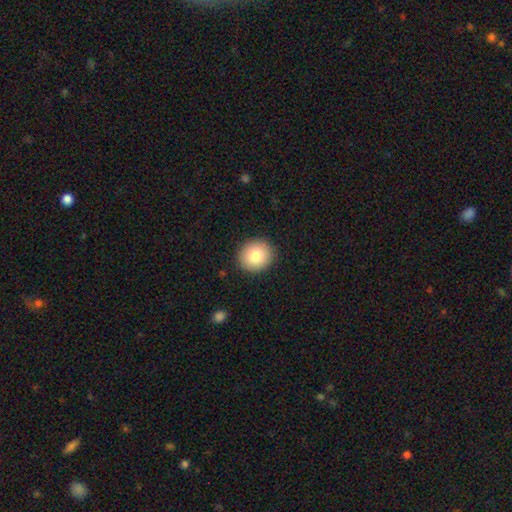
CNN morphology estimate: This is clearly a smooth galaxy (81%). How rounded: clearly round (81%). Merging: clearly none (90%).